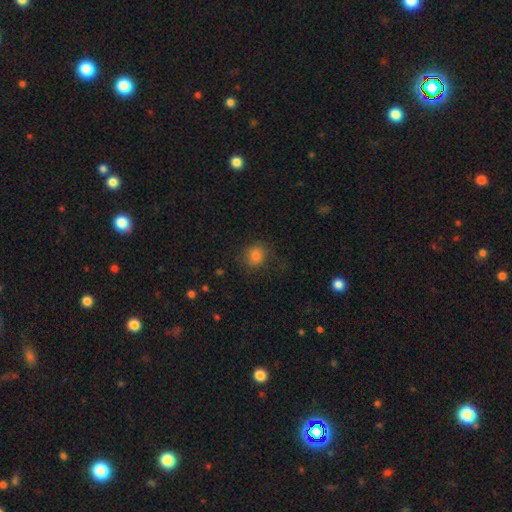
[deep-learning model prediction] Q: Smooth or featured?
A: smooth (81%); runner-up: star or artifact (12%)
Q: How rounded?
A: round (78%); runner-up: in between (21%)
Q: Merging?
A: none (72%); runner-up: minor disturbance (17%)